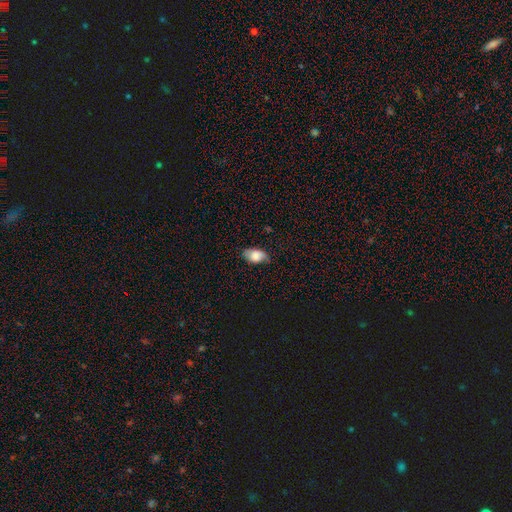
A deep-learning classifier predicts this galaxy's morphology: A smooth galaxy with no disk features (76%) that is in between round and cigar-shaped (89%). Merging: none (68%).